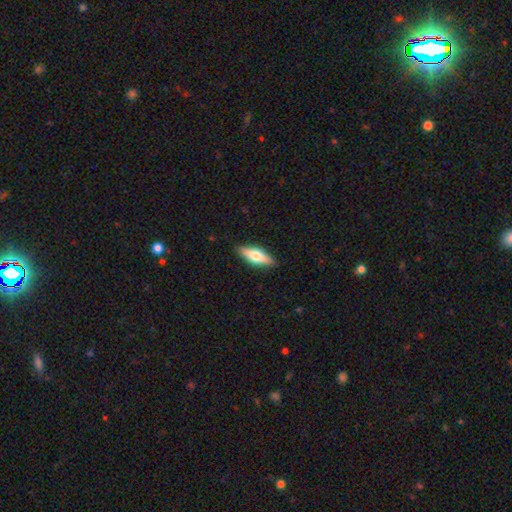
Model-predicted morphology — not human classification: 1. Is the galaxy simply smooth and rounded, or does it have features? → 61% smooth, 33% featured or disk, 6% star or artifact.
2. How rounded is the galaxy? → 63% in between, 35% cigar-shaped, 2% round.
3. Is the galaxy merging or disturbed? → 88% none, 9% minor disturbance, 2% major disturbance, 1% merger.